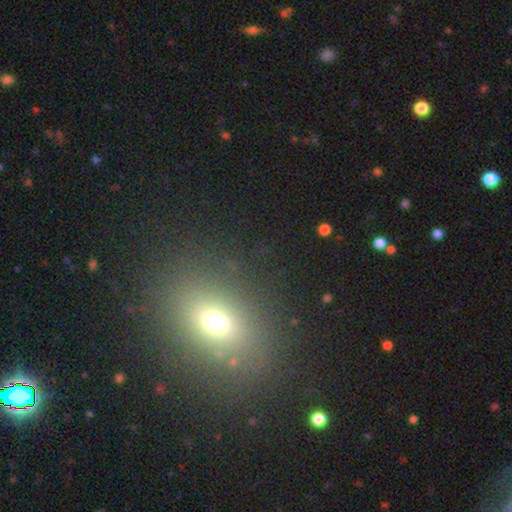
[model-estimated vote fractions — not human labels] Smooth or featured: smooth — 61% (star or artifact — 28%)
How rounded: in between — 58% (round — 40%)
Merging: none — 85% (minor disturbance — 8%)